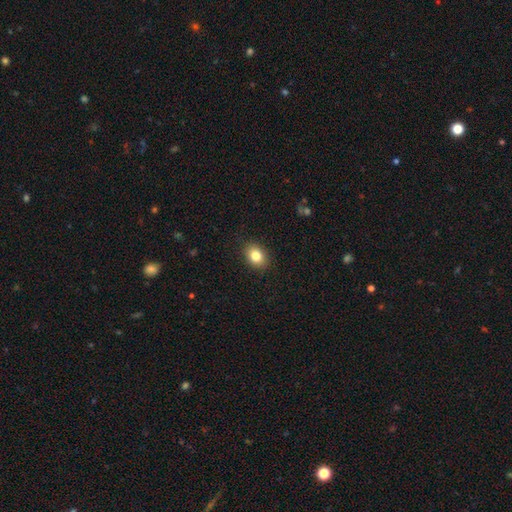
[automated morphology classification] Smooth or featured?
  - smooth: 84% *
  - star or artifact: 9%
  - featured or disk: 7%
How rounded?
  - in between: 66% *
  - round: 33%
  - cigar-shaped: 1%
Merging?
  - none: 88% *
  - minor disturbance: 9%
  - major disturbance: 2%
  - merger: 1%